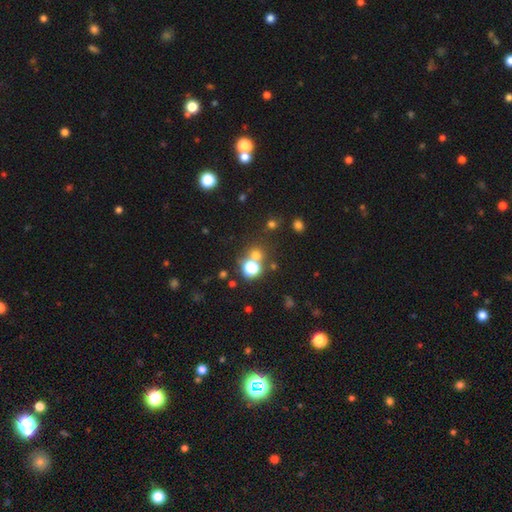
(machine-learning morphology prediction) Smooth or featured? Predicted: smooth (p=0.58). How rounded? Predicted: round (p=0.88). Merging? Predicted: none (p=0.67).